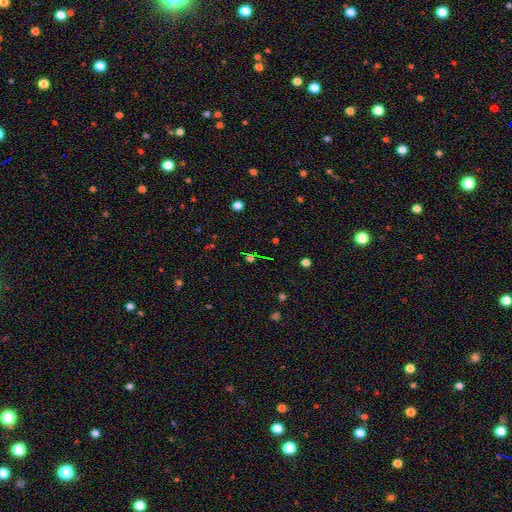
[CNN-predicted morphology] Smooth or featured: star or artifact — 64% (smooth — 25%)